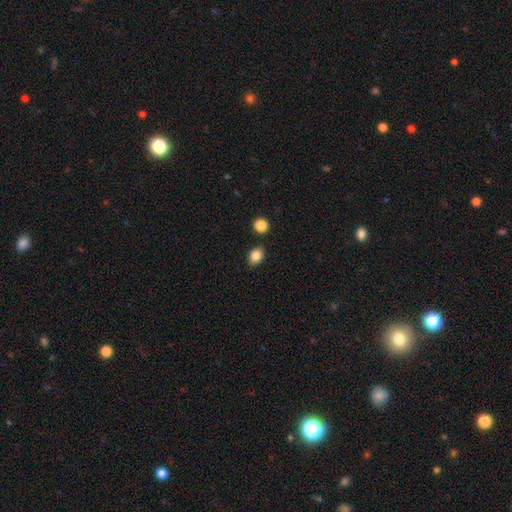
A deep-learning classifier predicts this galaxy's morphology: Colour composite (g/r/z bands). It shows a smooth galaxy with no disk features (84%) that is in between round and cigar-shaped (68%). Merging: none (83%).